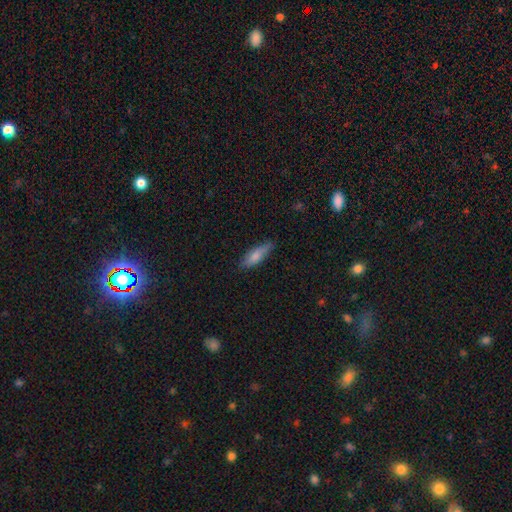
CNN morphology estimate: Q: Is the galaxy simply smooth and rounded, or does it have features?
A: smooth — 76%.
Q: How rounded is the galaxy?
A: cigar-shaped — 49%, tied with in between.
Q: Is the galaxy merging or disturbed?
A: none — 75%.